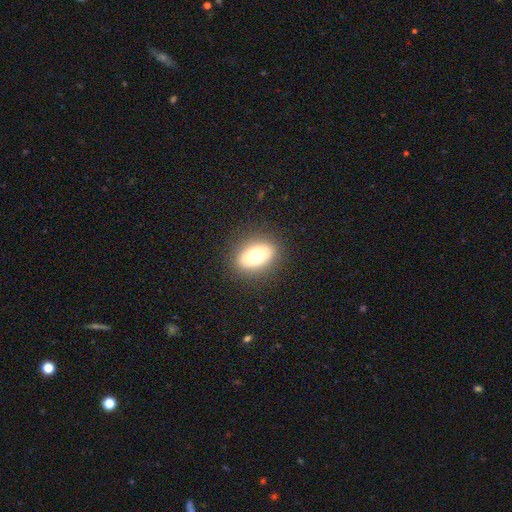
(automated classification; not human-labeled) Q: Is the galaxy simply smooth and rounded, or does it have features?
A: smooth — 69%.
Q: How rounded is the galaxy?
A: in between — 77%.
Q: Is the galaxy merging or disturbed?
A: none — 86%.